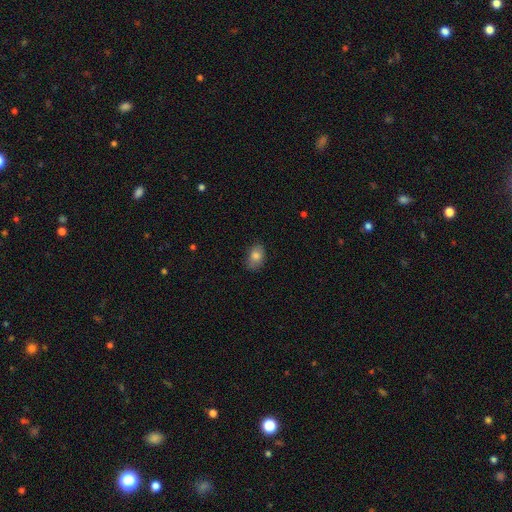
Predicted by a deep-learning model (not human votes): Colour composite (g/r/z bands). It shows a smooth galaxy with no disk features (81%) that is in between round and cigar-shaped (85%). Merging: none (78%).